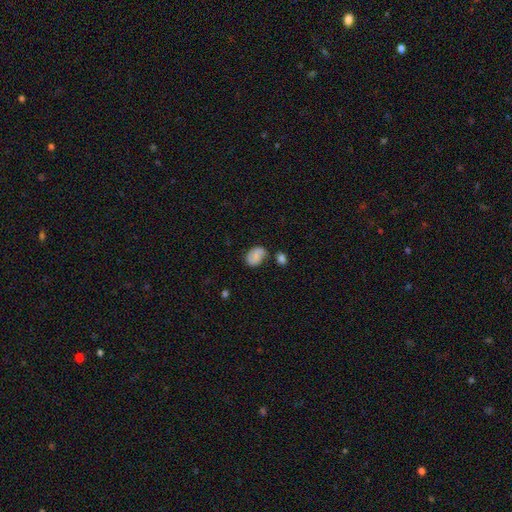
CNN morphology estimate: Q: Smooth or featured?
A: smooth (72%); runner-up: featured or disk (19%)
Q: How rounded?
A: in between (81%); runner-up: round (18%)
Q: Merging?
A: none (59%); runner-up: minor disturbance (22%)